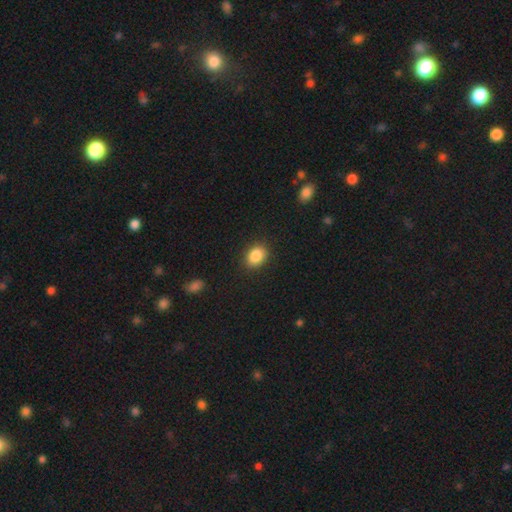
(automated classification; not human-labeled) A smooth galaxy with no disk features (87%) that is in between round and cigar-shaped (60%). Merging: none (88%).